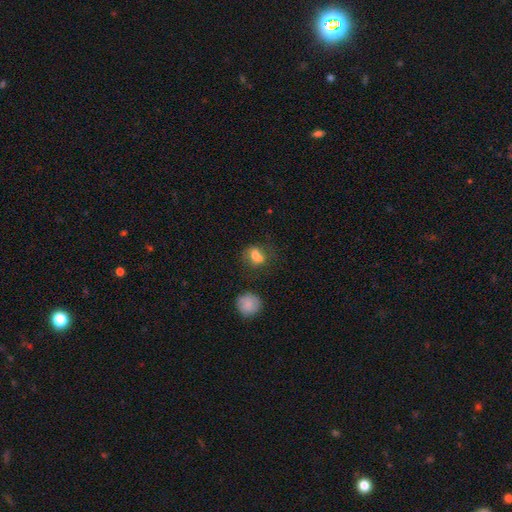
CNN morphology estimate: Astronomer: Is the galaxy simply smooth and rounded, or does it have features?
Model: smooth — 68%.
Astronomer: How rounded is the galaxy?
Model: round — 61% (runner-up: in between, 37%).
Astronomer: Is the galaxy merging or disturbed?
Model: merger — 41% (runner-up: none, 39%).